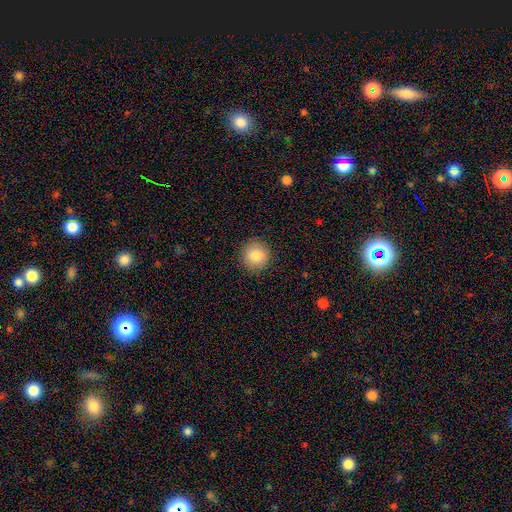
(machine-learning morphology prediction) type=smooth (85%); roundness=round (92%); merging=none (90%).